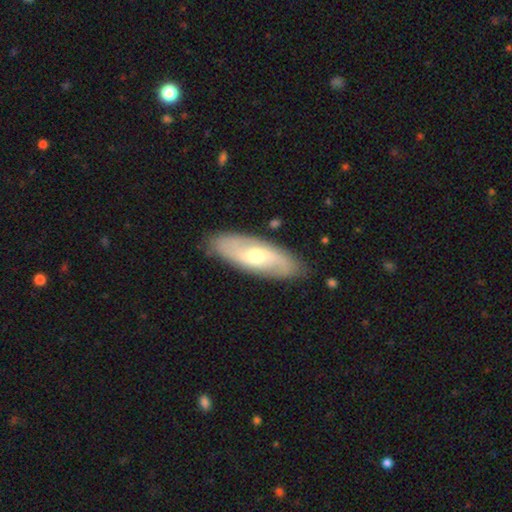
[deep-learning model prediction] smooth_or_featured: featured or disk (p=0.70) [alt: smooth p=0.25]
disk_edge_on: no (p=0.84) [alt: yes p=0.16]
bar: no (p=0.46) [alt: weak p=0.43]
has_spiral_arms: yes (p=0.85) [alt: no p=0.15]
bulge_size: moderate (p=0.56) [alt: small p=0.40]
merging: none (p=0.86) [alt: minor disturbance p=0.10]